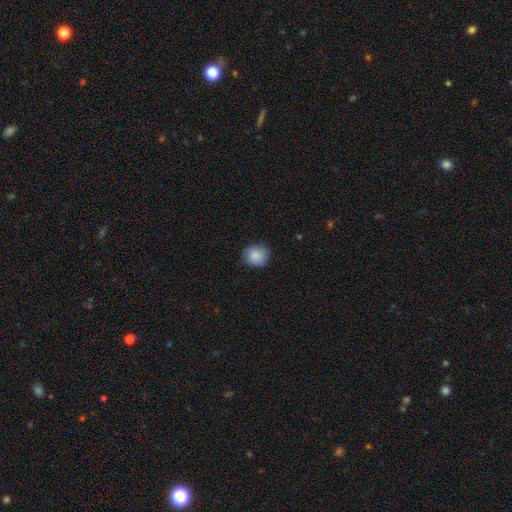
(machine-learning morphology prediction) Q: Smooth or featured?
A: smooth (87%); runner-up: star or artifact (7%)
Q: How rounded?
A: round (77%); runner-up: in between (22%)
Q: Merging?
A: none (81%); runner-up: minor disturbance (15%)